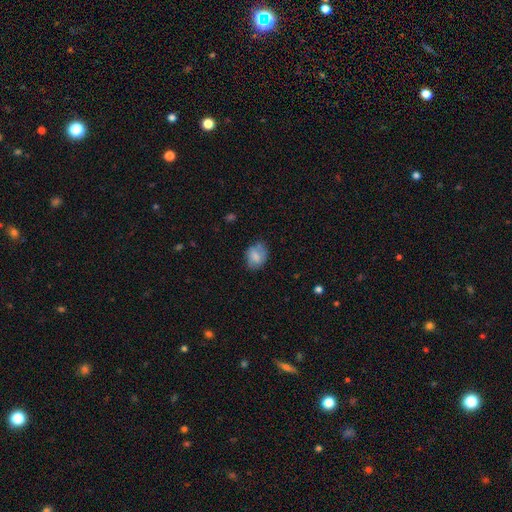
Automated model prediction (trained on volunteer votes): smooth 74%, featured or disk 18%, star or artifact 8%. Down the decision tree: how rounded — in between (61%); merging — none (61%).